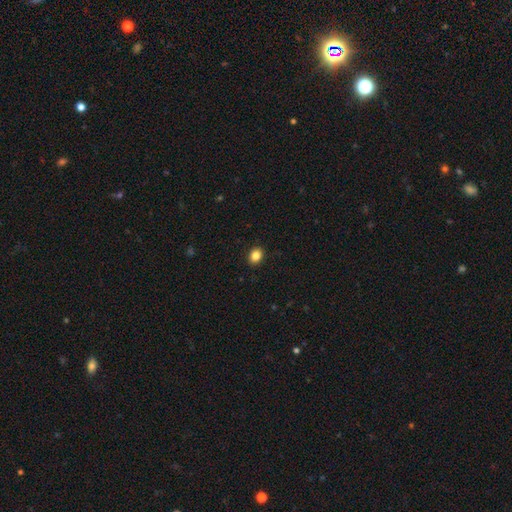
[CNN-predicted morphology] This appears to be a smooth galaxy with no disk features (86%) that is round (54%). Merging: none (91%).